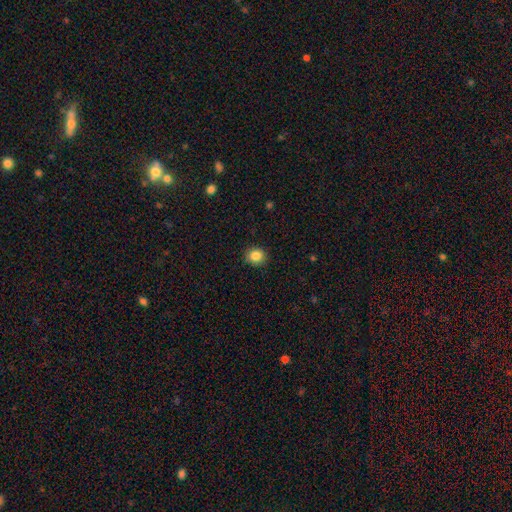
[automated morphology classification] Q: Smooth or featured?
A: smooth (85%); runner-up: star or artifact (10%)
Q: How rounded?
A: round (80%); runner-up: in between (19%)
Q: Merging?
A: none (91%); runner-up: minor disturbance (6%)